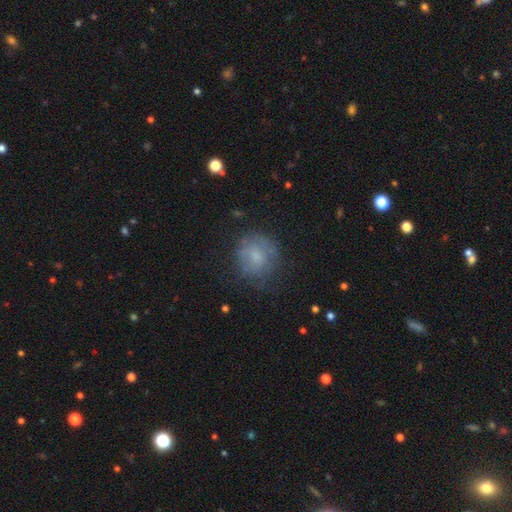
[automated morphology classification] A smooth galaxy with no disk features (61%) that is round (83%).

Vote fractions:
- Smooth or featured? smooth: 61% / featured or disk: 28% / star or artifact: 11%
- How rounded? round: 83% / in between: 16% / cigar-shaped: 1%
- Merging? none: 66% / minor disturbance: 21% / major disturbance: 11% / merger: 2%